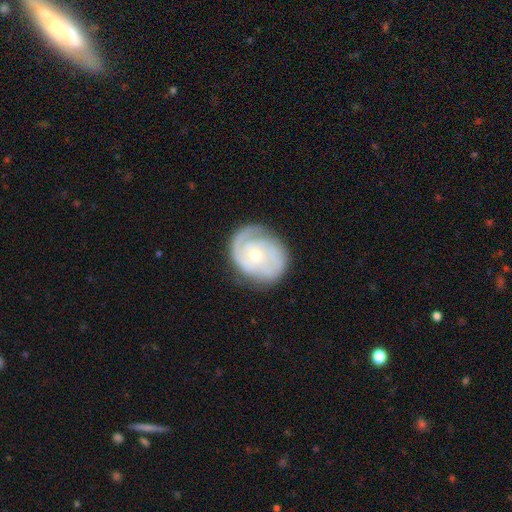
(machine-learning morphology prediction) A featured or disk galaxy (82%) with no bar (74%), 2 (44%) tight (62%) spiral arms (93%) and a small central bulge (60%). Merging: none (71%).